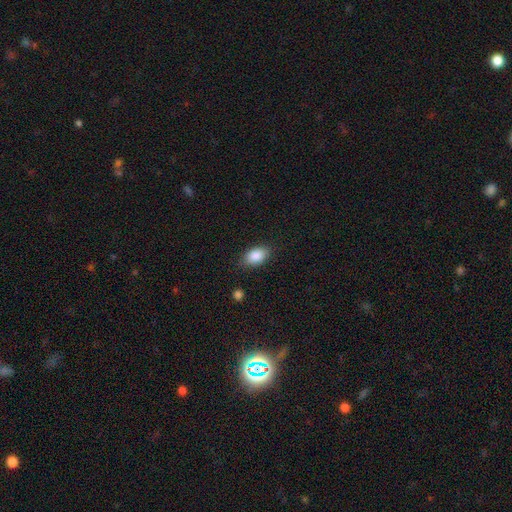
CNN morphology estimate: Smooth or featured: smooth — 87% (star or artifact — 7%)
How rounded: in between — 89% (round — 9%)
Merging: none — 83% (minor disturbance — 13%)